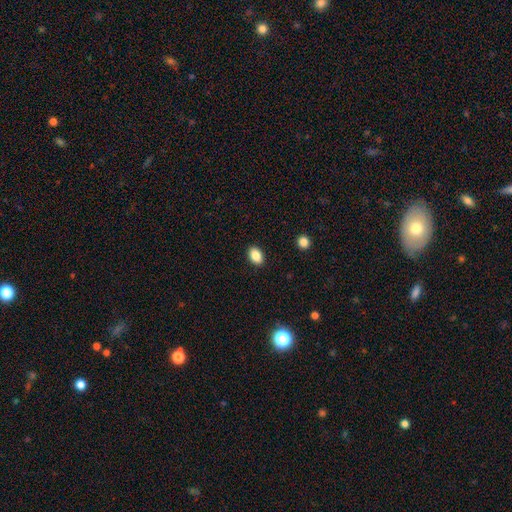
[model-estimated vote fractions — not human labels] smooth-or-featured: smooth: 86% | star or artifact: 9% | featured or disk: 5%
  how-rounded: in between: 84% | round: 15% | cigar-shaped: 1%
  merging: none: 90% | minor disturbance: 7% | major disturbance: 2% | merger: 1%